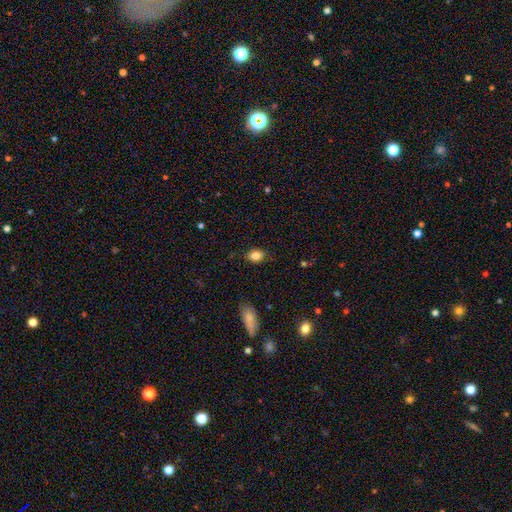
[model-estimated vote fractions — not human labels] Overall: smooth (85%). How rounded: in between (75%). Merging: none (82%).